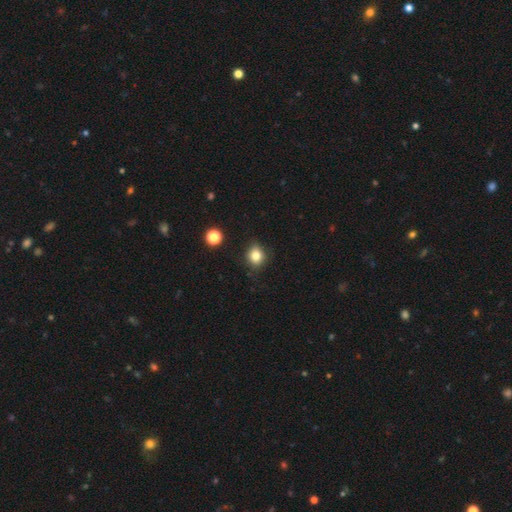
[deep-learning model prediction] A smooth galaxy with no disk features (81%) that is round (71%). Merging: none (79%).